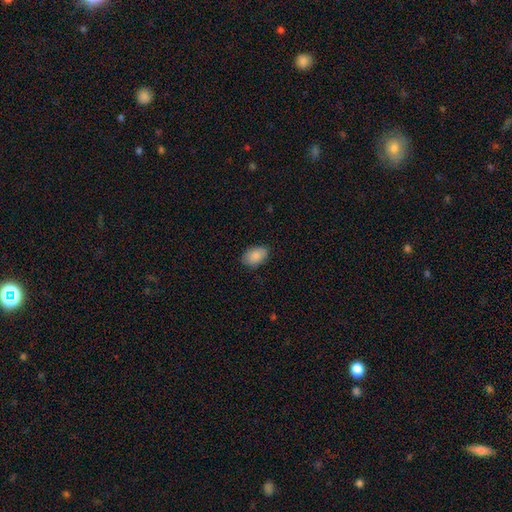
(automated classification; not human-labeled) This is clearly a smooth galaxy (87%). How rounded: clearly in between (88%). Merging: clearly none (83%).